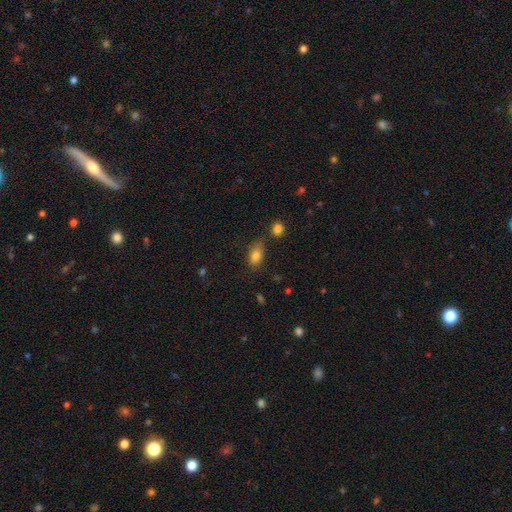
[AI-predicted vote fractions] smooth-or-featured: smooth: 82% | star or artifact: 10% | featured or disk: 8%
  how-rounded: in between: 85% | round: 11% | cigar-shaped: 4%
  merging: none: 65% | minor disturbance: 21% | merger: 8% | major disturbance: 6%